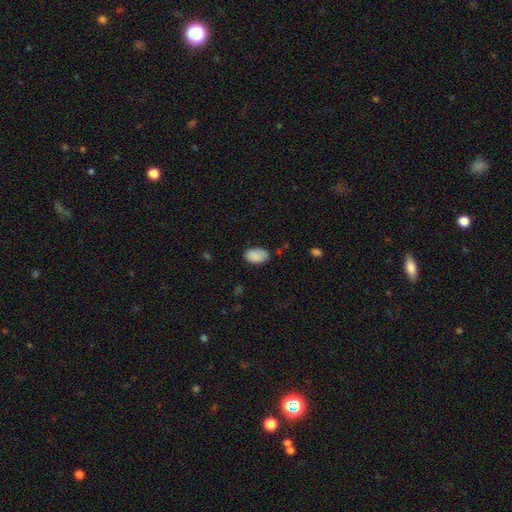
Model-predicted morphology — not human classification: The model was most divided on "merging": none: 73%, minor disturbance: 21%, major disturbance: 4%, merger: 2%. More confident: how rounded — in between (92%); smooth or featured — smooth (86%).